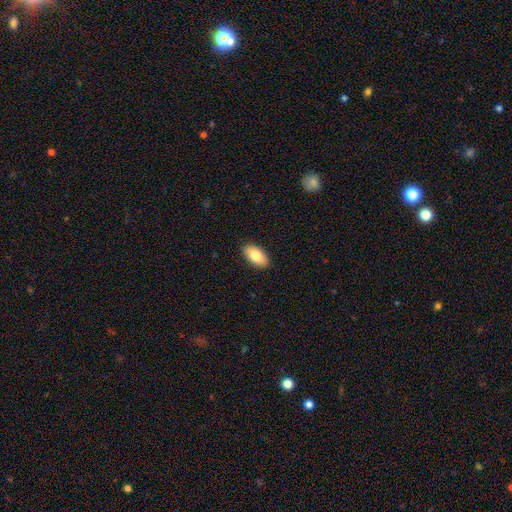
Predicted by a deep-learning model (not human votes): Q: Smooth or featured?
A: smooth (81%); runner-up: featured or disk (13%)
Q: How rounded?
A: in between (94%); runner-up: cigar-shaped (4%)
Q: Merging?
A: none (90%); runner-up: minor disturbance (7%)